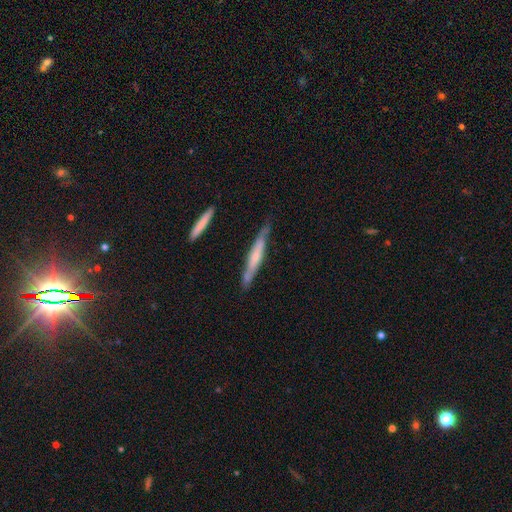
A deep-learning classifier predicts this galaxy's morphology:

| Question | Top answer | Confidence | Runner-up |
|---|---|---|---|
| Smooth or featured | featured or disk | 53% | smooth (42%) |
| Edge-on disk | yes | 87% | no (13%) |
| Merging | none | 72% | minor disturbance (21%) |